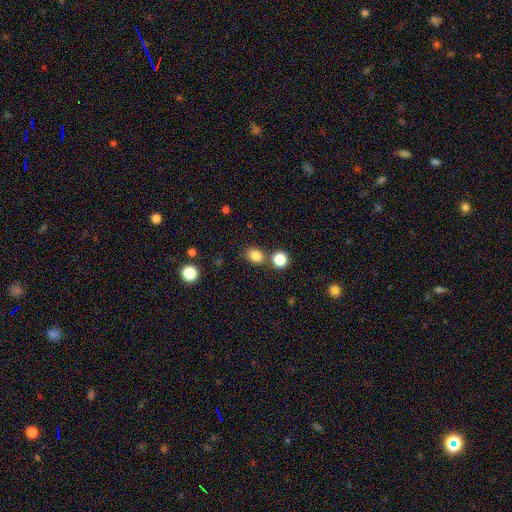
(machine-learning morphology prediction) Smooth or featured? Predicted: smooth (p=0.83). How rounded? Predicted: round (p=0.51). Merging? Predicted: none (p=0.71).